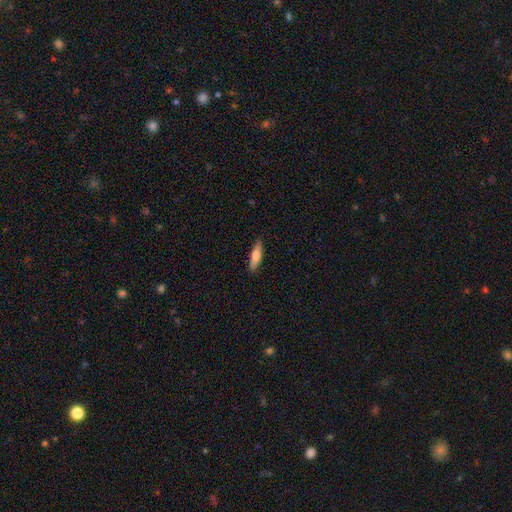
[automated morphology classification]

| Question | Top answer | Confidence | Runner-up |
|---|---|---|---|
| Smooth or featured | smooth | 70% | featured or disk (24%) |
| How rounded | cigar-shaped | 65% | in between (33%) |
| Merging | none | 87% | minor disturbance (10%) |